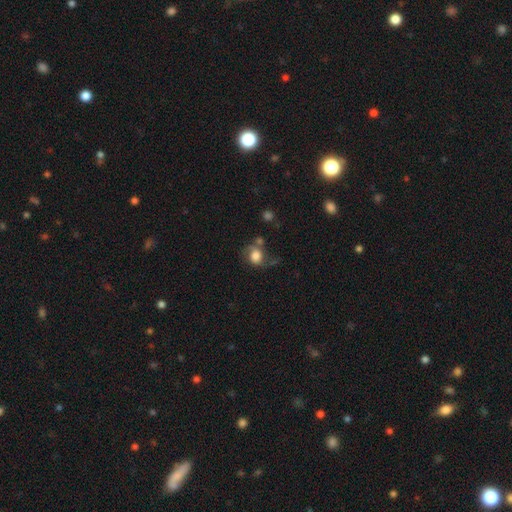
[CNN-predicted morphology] Smooth or featured: smooth — 65% (featured or disk — 26%)
How rounded: round — 65% (in between — 34%)
Merging: none — 43% (minor disturbance — 25%)